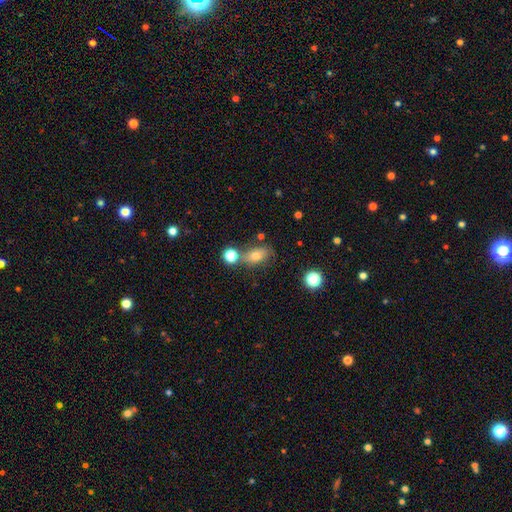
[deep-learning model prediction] smooth_or_featured: smooth (p=0.70) [alt: featured or disk p=0.16]
how_rounded: in between (p=0.76) [alt: round p=0.19]
merging: none (p=0.61) [alt: merger p=0.17]